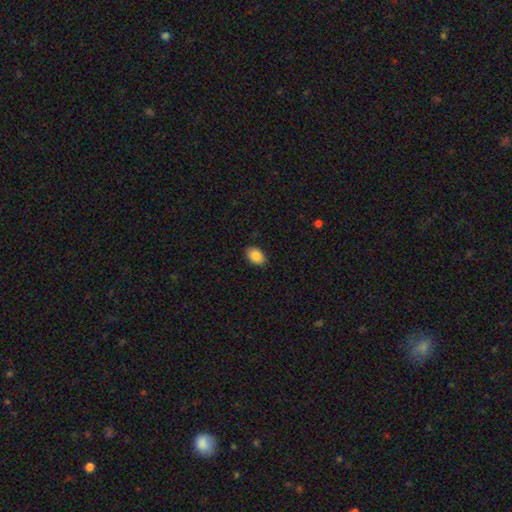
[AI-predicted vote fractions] This is clearly a smooth galaxy (87%). How rounded: clearly in between (84%). Merging: clearly none (88%).